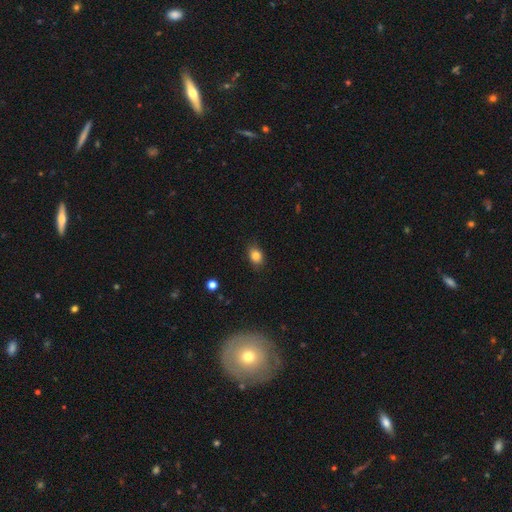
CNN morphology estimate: Smooth or featured? smooth (83%)
How rounded? in between (68%)
Merging? none (83%)